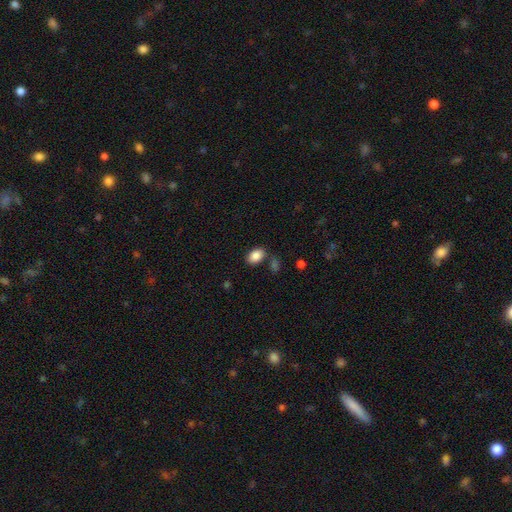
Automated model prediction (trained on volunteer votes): The model was most divided on "merging": none: 74%, minor disturbance: 13%, merger: 9%, major disturbance: 4%. More confident: smooth or featured — smooth (87%); how rounded — in between (87%).